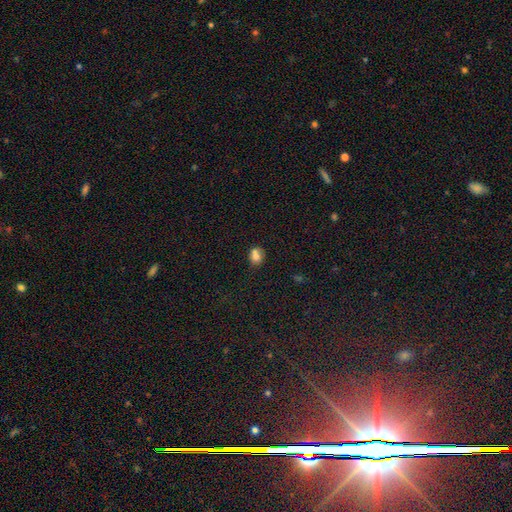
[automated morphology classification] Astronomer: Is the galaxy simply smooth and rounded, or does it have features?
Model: smooth — 74%.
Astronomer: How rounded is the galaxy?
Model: round — 66%.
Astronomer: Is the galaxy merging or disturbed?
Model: none — 47% (runner-up: merger, 35%).